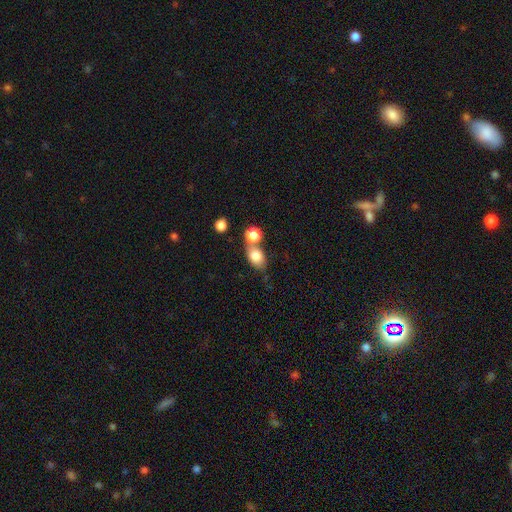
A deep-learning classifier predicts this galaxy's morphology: smooth_or_featured: smooth (p=0.80) [alt: featured or disk p=0.11]
how_rounded: in between (p=0.69) [alt: round p=0.29]
merging: none (p=0.46) [alt: merger p=0.35]